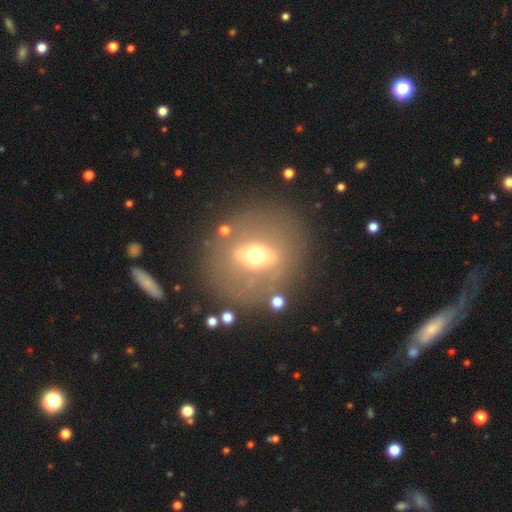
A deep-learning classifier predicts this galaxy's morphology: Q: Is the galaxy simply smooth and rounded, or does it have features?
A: featured or disk — 54%.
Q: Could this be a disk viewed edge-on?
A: no — 73%.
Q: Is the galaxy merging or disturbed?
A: none — 79%.